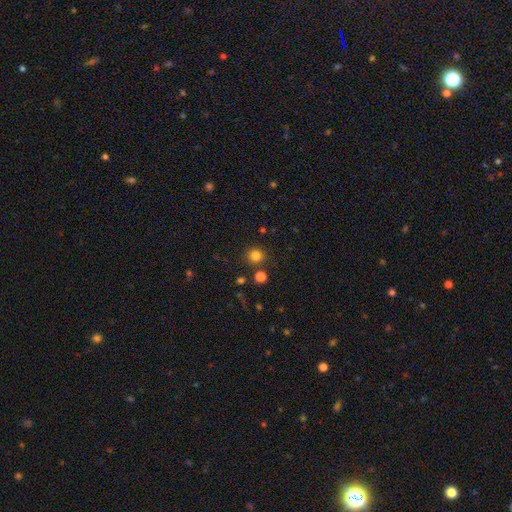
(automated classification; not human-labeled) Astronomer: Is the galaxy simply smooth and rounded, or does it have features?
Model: smooth — 81%.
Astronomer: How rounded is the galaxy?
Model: round — 92%.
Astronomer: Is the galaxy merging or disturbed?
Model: none — 85%.